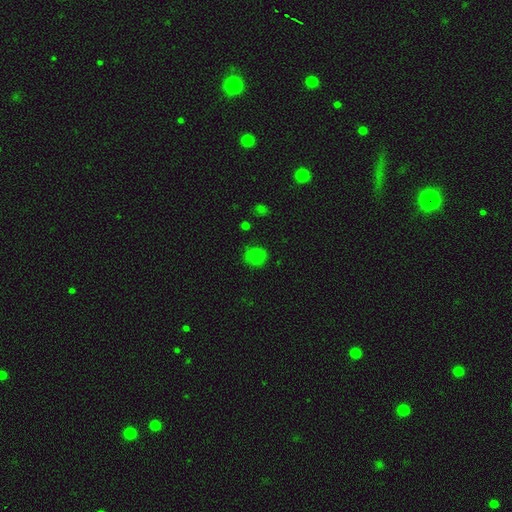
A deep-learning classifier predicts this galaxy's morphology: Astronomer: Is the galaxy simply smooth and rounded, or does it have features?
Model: smooth — 75%.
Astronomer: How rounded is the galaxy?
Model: round — 81%.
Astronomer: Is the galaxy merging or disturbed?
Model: none — 76%.